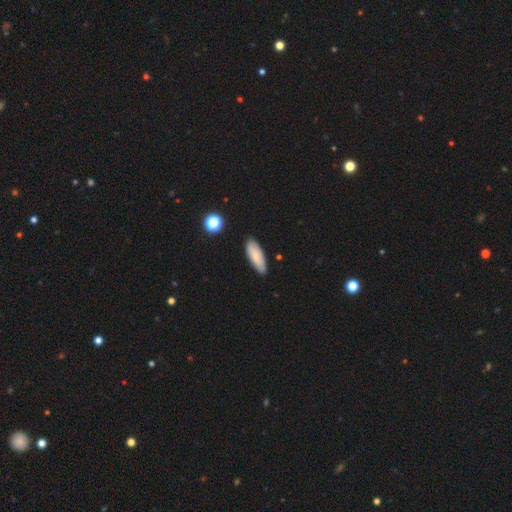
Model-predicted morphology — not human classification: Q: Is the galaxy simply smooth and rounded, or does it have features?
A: smooth — 82%.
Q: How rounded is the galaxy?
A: in between — 66%.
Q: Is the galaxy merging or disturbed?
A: none — 84%.